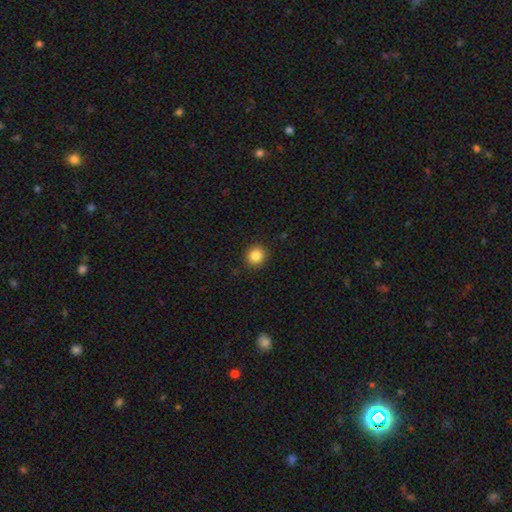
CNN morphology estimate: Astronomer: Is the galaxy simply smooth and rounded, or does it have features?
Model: smooth — 85%.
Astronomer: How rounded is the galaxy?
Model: round — 87%.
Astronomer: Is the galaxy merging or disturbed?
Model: none — 90%.